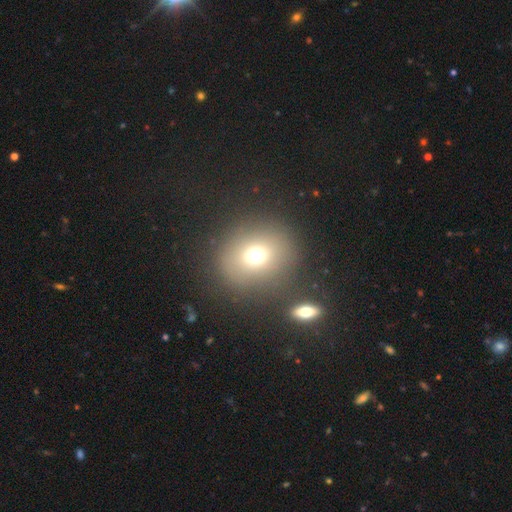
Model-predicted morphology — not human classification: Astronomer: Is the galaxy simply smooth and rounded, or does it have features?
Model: smooth — 71%.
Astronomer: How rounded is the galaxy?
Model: round — 77%.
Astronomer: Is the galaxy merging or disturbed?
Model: none — 77%.